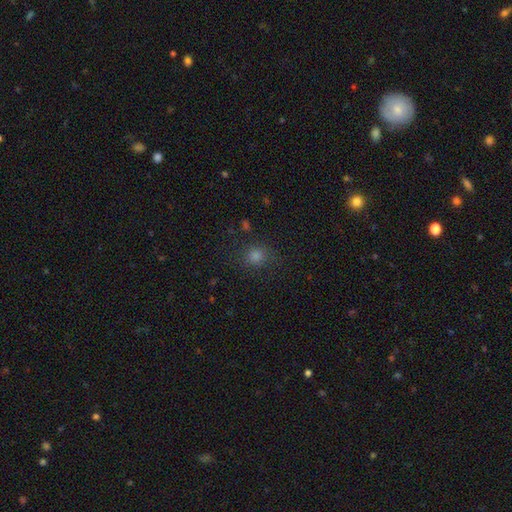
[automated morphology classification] smooth 70%, star or artifact 24%, featured or disk 6%. Down the decision tree: how rounded — round (86%); merging — none (84%).